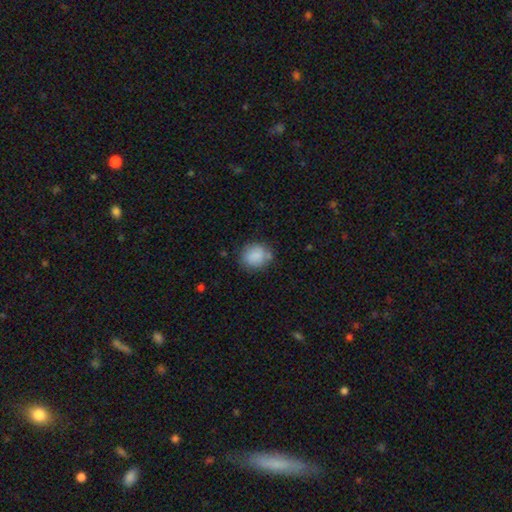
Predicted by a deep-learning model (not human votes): smooth-or-featured: smooth: 85% | star or artifact: 8% | featured or disk: 7%
  how-rounded: round: 70% | in between: 29% | cigar-shaped: 1%
  merging: none: 73% | minor disturbance: 17% | merger: 5% | major disturbance: 5%